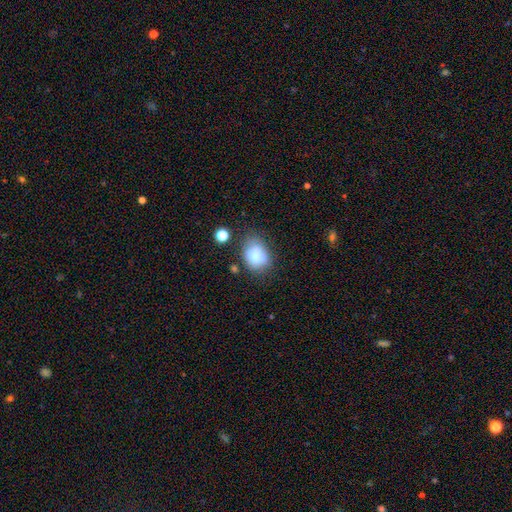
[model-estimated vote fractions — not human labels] smooth 83%, star or artifact 9%, featured or disk 8%. Down the decision tree: how rounded — in between (67%); merging — none (58%).